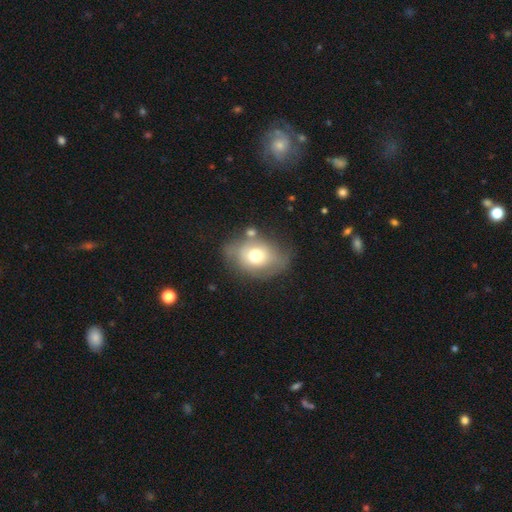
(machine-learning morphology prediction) smooth-or-featured: smooth: 64% | featured or disk: 27% | star or artifact: 9%
  how-rounded: in between: 65% | round: 33% | cigar-shaped: 1%
  merging: none: 56% | minor disturbance: 25% | major disturbance: 11% | merger: 8%